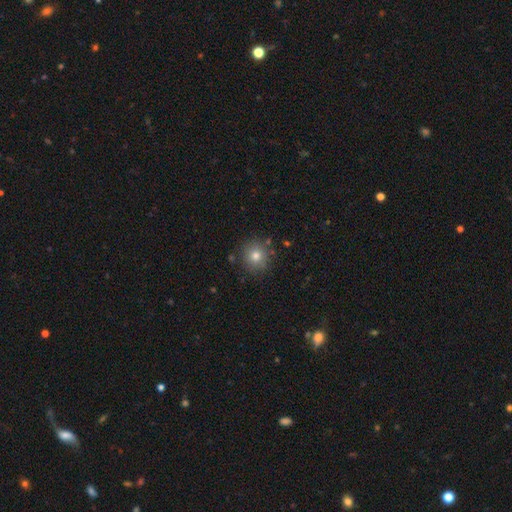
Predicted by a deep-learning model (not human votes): Morphology: type=smooth (78%); roundness=round (92%); merging=none (85%).